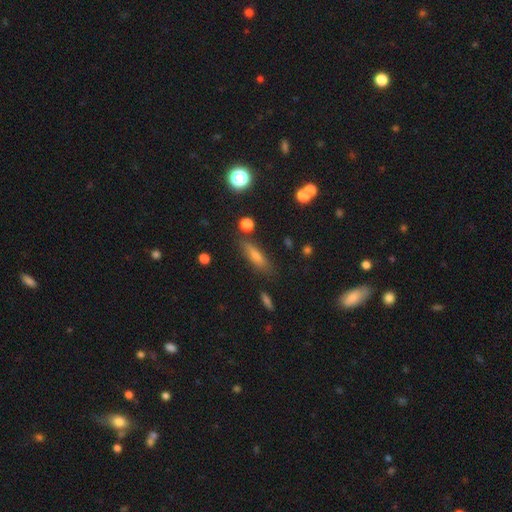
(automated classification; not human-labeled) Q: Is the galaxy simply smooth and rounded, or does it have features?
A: smooth — 60%.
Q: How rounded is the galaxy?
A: cigar-shaped — 61%.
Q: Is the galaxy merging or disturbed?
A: none — 79%.